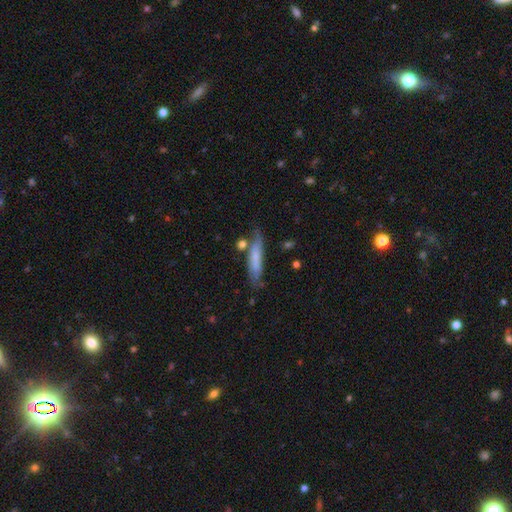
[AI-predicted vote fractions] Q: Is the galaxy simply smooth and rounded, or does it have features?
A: smooth — 55%.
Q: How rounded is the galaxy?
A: cigar-shaped — 84%.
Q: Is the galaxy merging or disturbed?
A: none — 64%.